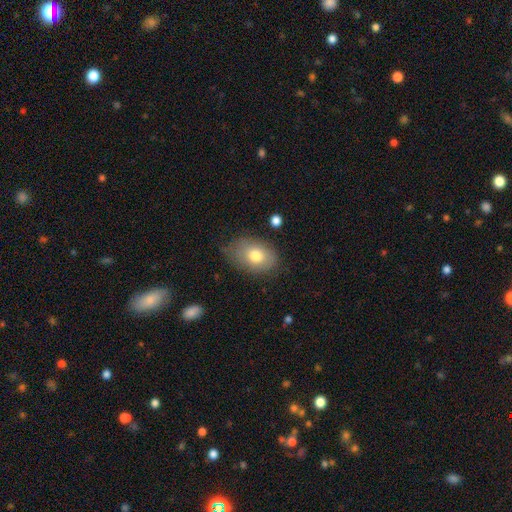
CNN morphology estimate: Smooth or featured?
  - smooth: 75% *
  - featured or disk: 17%
  - star or artifact: 8%
How rounded?
  - in between: 82% *
  - round: 16%
  - cigar-shaped: 1%
Merging?
  - none: 66% *
  - minor disturbance: 25%
  - major disturbance: 7%
  - merger: 2%